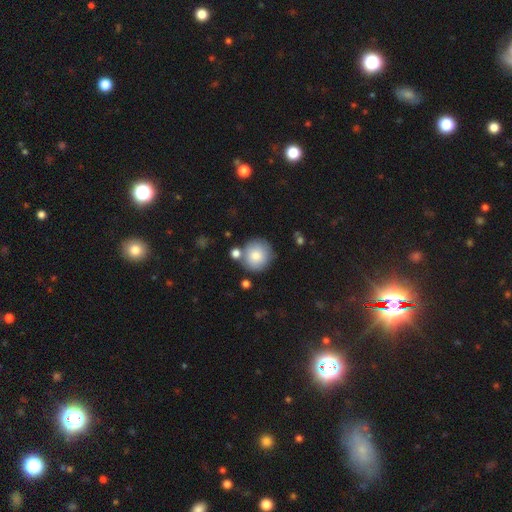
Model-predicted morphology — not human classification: Q: Smooth or featured?
A: smooth (80%); runner-up: featured or disk (11%)
Q: How rounded?
A: round (93%); runner-up: in between (7%)
Q: Merging?
A: none (73%); runner-up: merger (13%)